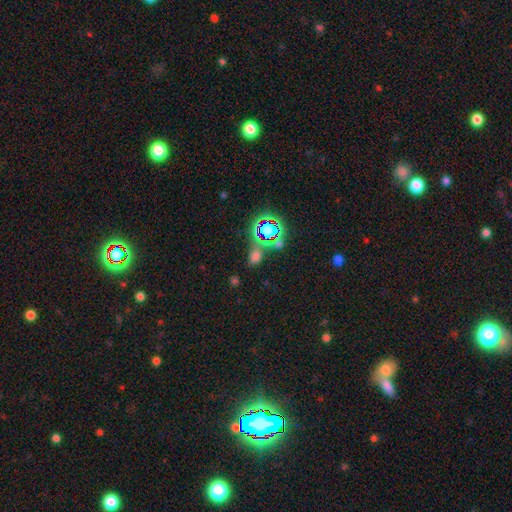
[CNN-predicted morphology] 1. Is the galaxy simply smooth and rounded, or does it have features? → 53% smooth, 40% star or artifact, 7% featured or disk.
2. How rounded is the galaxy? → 64% in between, 33% round, 3% cigar-shaped.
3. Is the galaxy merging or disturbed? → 65% none, 14% minor disturbance, 13% merger, 8% major disturbance.